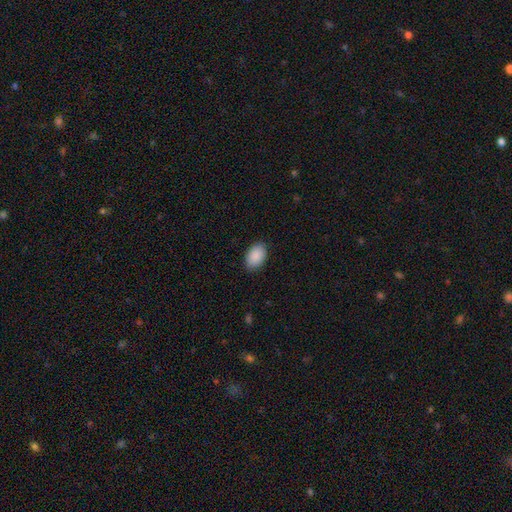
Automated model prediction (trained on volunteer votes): The model was most divided on "merging": none: 87%, minor disturbance: 10%, major disturbance: 2%, merger: 1%. More confident: smooth or featured — smooth (91%); how rounded — in between (91%).